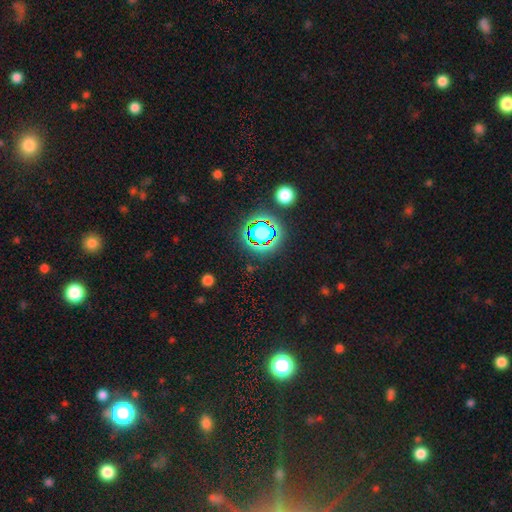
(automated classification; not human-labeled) Smooth or featured: star or artifact — 77% (smooth — 15%)